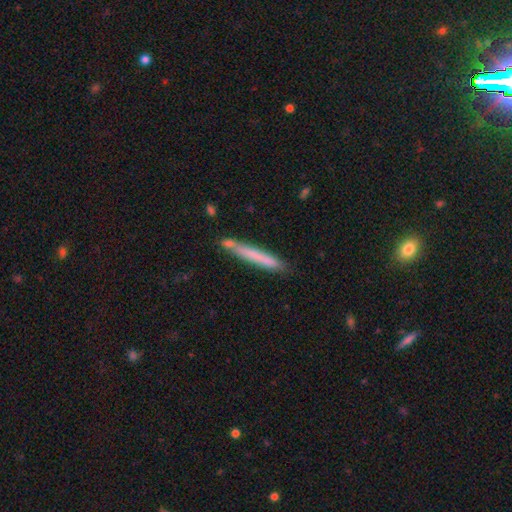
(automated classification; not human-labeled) This is likely a smooth galaxy (67%). How rounded: clearly cigar-shaped (96%). Merging: likely none (76%).